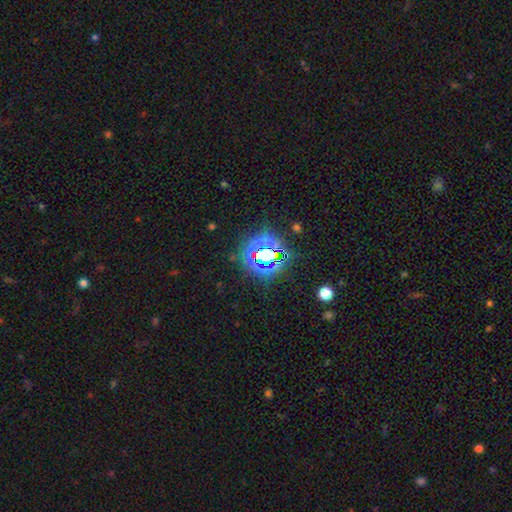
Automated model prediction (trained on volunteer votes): This appears to be a star or artifact, not a galaxy (76%).